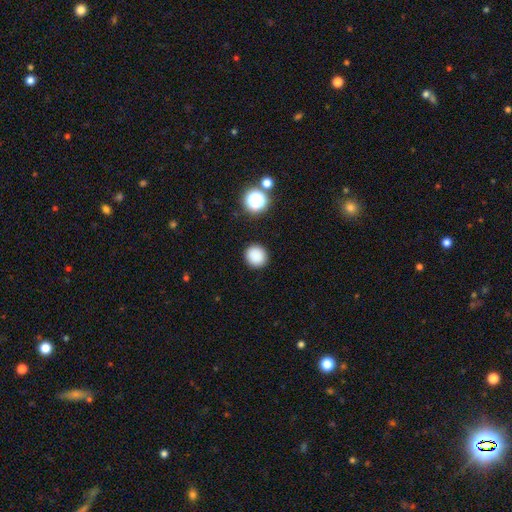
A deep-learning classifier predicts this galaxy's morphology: smooth 85%, star or artifact 12%, featured or disk 3%. Down the decision tree: how rounded — round (88%); merging — none (90%).